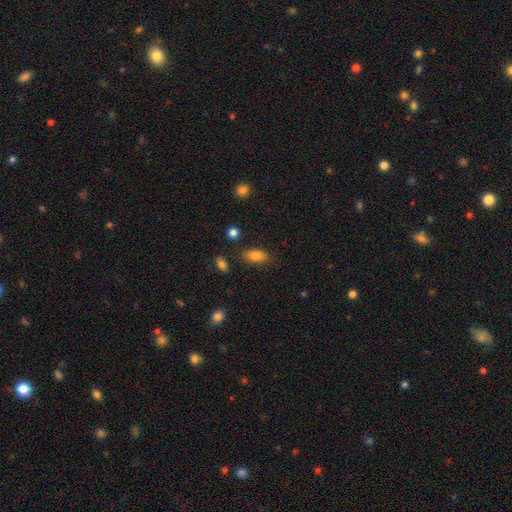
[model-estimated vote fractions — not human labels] This appears to be a smooth galaxy with no disk features (82%) that is in between round and cigar-shaped (89%). Merging: none (83%).